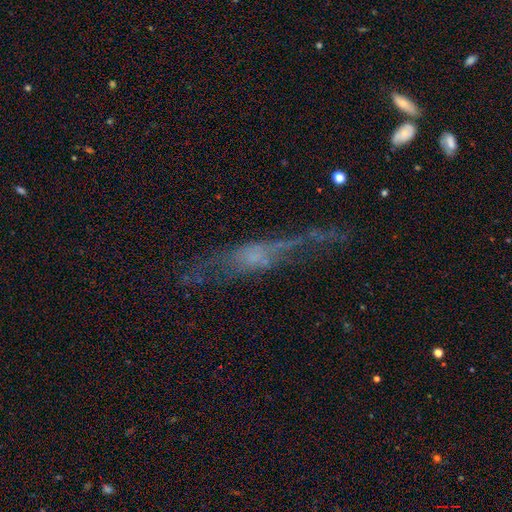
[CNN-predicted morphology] featured or disk 57%, smooth 26%, star or artifact 17%. Down the decision tree: edge-on disk — yes (69%); merging — none (49%).